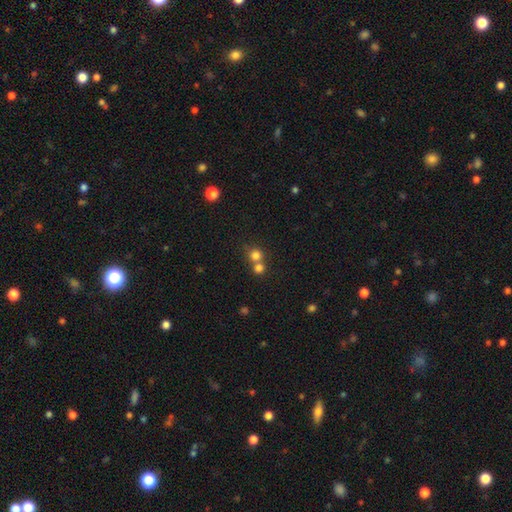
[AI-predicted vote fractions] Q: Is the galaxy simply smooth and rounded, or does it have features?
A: smooth — 78%.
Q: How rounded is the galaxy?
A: round — 88%.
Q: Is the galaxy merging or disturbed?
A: none — 48%.